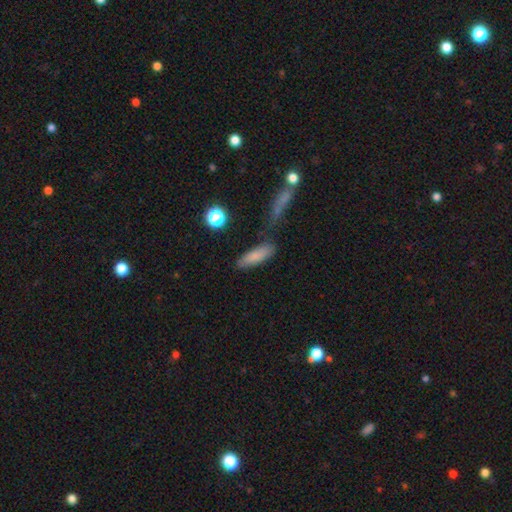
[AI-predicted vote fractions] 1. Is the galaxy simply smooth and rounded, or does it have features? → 80% smooth, 11% featured or disk, 9% star or artifact.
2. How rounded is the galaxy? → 50% cigar-shaped, 47% in between, 3% round.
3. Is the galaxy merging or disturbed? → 69% none, 15% minor disturbance, 10% merger, 6% major disturbance.